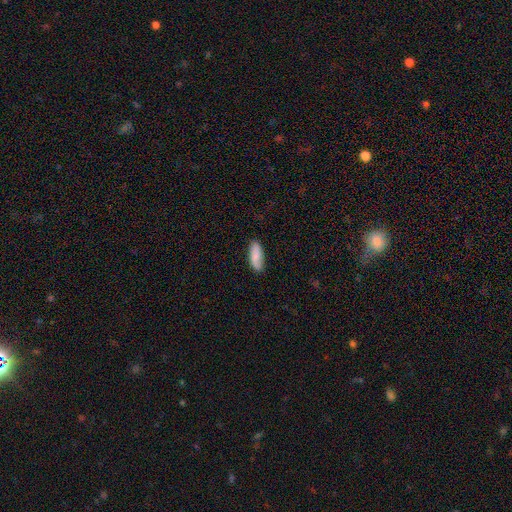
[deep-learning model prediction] smooth-or-featured: smooth: 77% | featured or disk: 17% | star or artifact: 6%
  how-rounded: in between: 68% | cigar-shaped: 30% | round: 2%
  merging: none: 78% | minor disturbance: 17% | major disturbance: 3% | merger: 2%